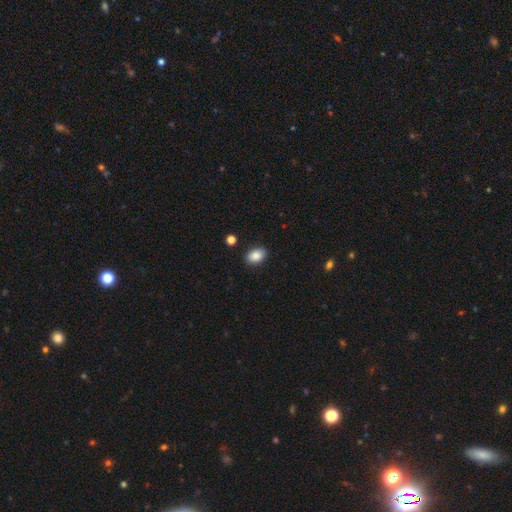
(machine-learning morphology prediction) This appears to be a smooth galaxy with no disk features (87%) that is in between round and cigar-shaped (84%). Merging: none (87%).